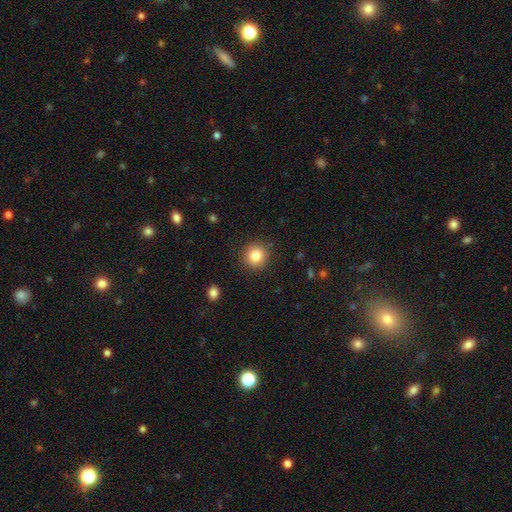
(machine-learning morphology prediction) This appears to be a smooth galaxy with no disk features (83%) that is round (92%). Merging: none (89%).